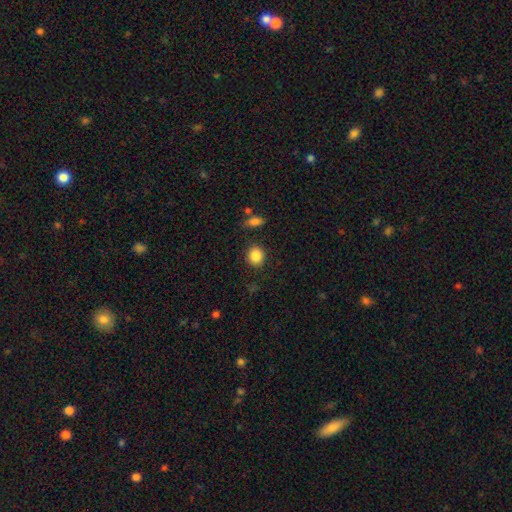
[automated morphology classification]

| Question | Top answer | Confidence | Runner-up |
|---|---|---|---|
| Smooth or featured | smooth | 87% | star or artifact (9%) |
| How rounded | round | 78% | in between (21%) |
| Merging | none | 87% | minor disturbance (8%) |